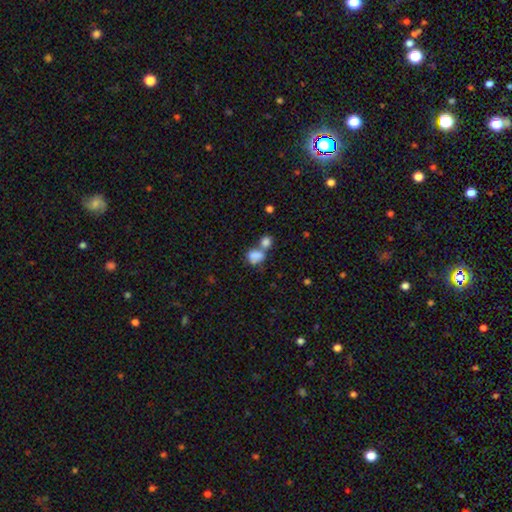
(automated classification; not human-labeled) A smooth galaxy with no disk features (77%) that is in between round and cigar-shaped (65%).

Vote fractions:
- Smooth or featured? smooth: 77% / featured or disk: 13% / star or artifact: 11%
- How rounded? in between: 65% / round: 33% / cigar-shaped: 2%
- Merging? merger: 58% / none: 23% / minor disturbance: 11% / major disturbance: 7%